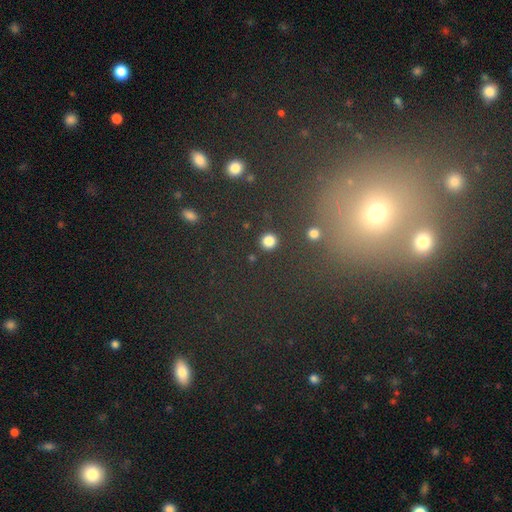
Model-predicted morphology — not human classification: Smooth or featured: star or artifact — 45% (smooth — 44%)